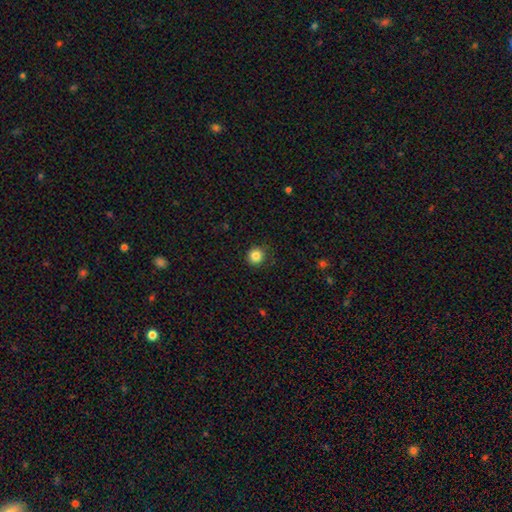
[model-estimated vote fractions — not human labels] The model was most divided on "smooth or featured": smooth: 84%, star or artifact: 11%, featured or disk: 5%. More confident: how rounded — round (94%); merging — none (87%).